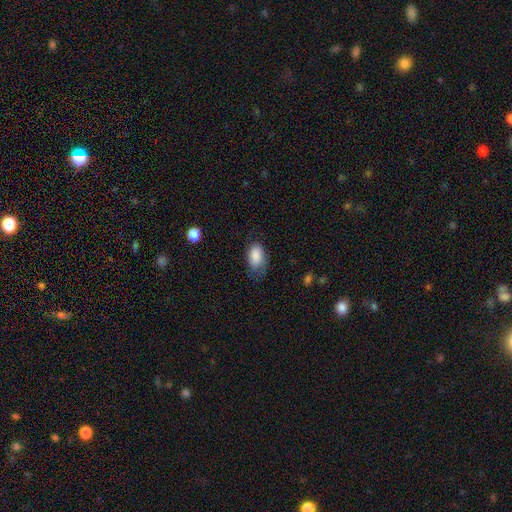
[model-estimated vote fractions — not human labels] This is clearly a smooth galaxy (85%). How rounded: clearly in between (91%). Merging: possibly none (51%).